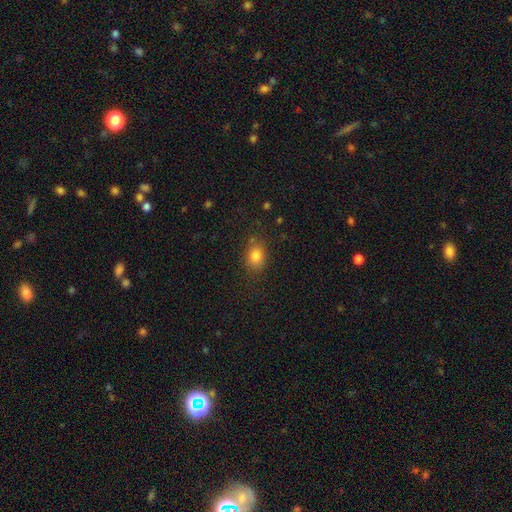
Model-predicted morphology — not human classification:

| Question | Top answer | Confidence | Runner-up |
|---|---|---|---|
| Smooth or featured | smooth | 81% | star or artifact (11%) |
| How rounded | in between | 63% | round (36%) |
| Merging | none | 78% | minor disturbance (15%) |